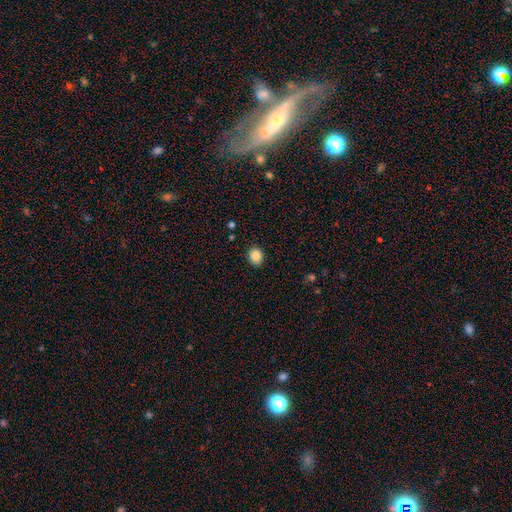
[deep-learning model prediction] smooth-or-featured: smooth: 86% | star or artifact: 10% | featured or disk: 4%
  how-rounded: round: 65% | in between: 35% | cigar-shaped: 1%
  merging: none: 89% | minor disturbance: 8% | major disturbance: 2% | merger: 1%